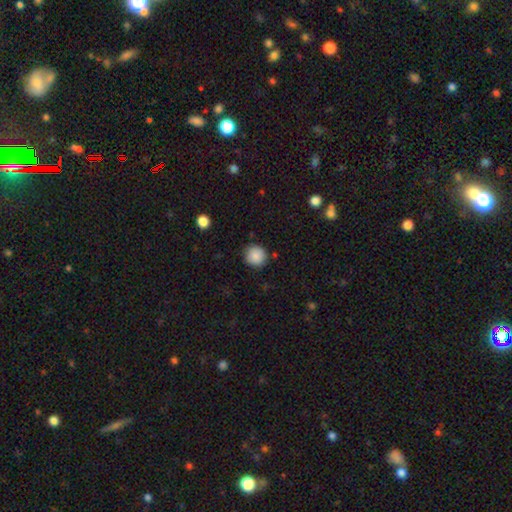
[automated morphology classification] A smooth galaxy with no disk features (87%) that is round (93%). Merging: none (85%).